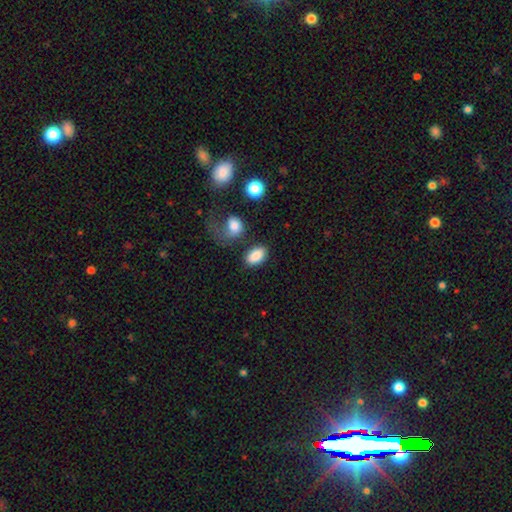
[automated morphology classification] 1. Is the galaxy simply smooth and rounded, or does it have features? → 86% smooth, 7% star or artifact, 7% featured or disk.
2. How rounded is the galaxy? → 90% in between, 9% round, 2% cigar-shaped.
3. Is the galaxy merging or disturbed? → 72% none, 13% minor disturbance, 9% merger, 6% major disturbance.